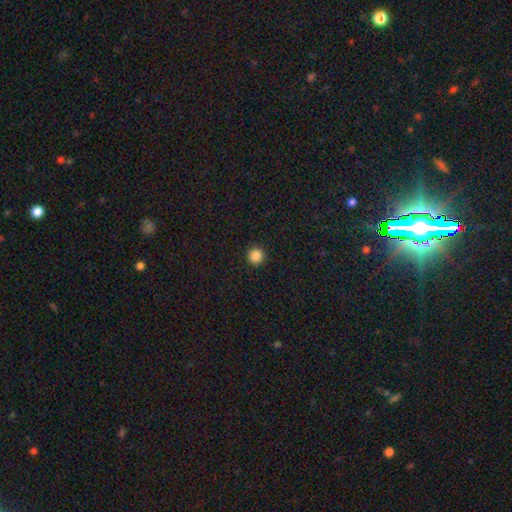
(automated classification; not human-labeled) A smooth galaxy with no disk features (86%) that is round (96%).

Vote fractions:
- Smooth or featured? smooth: 86% / star or artifact: 11% / featured or disk: 3%
- How rounded? round: 96% / in between: 3% / cigar-shaped: 1%
- Merging? none: 94% / minor disturbance: 4% / major disturbance: 1% / merger: 1%